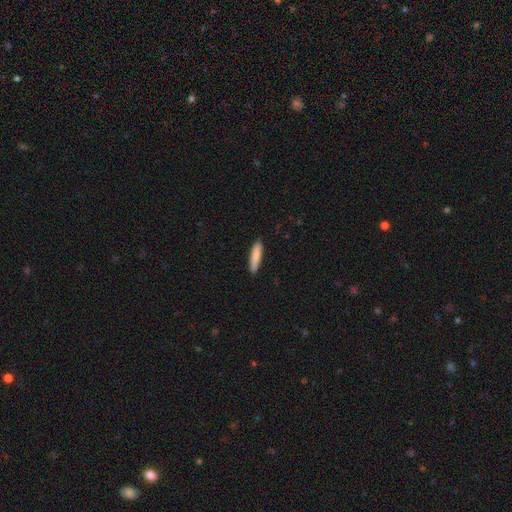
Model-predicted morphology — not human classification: smooth 86%, featured or disk 9%, star or artifact 6%. Down the decision tree: how rounded — cigar-shaped (85%); merging — none (89%).